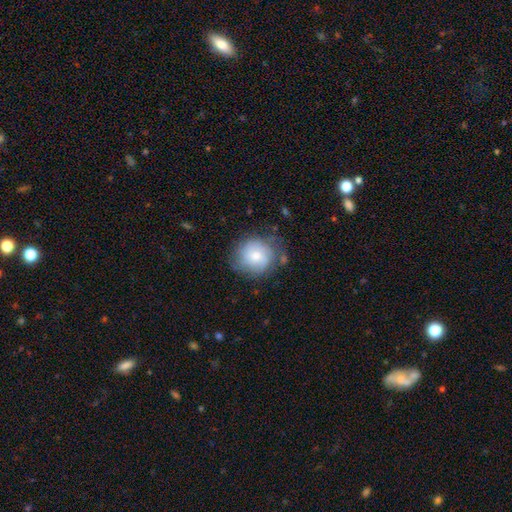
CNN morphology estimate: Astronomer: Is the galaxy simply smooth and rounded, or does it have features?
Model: smooth — 57% (runner-up: featured or disk, 36%).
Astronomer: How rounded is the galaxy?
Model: round — 86%.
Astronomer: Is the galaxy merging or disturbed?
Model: none — 66%.